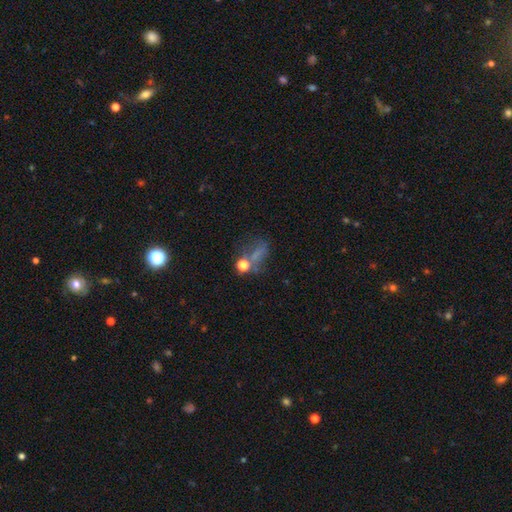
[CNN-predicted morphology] Smooth or featured? Predicted: smooth (p=0.44). Merging? Predicted: none (p=0.40).